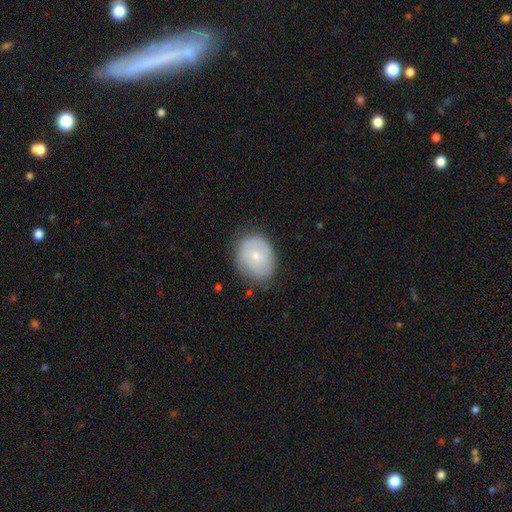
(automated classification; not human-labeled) Q: Smooth or featured?
A: smooth (58%); runner-up: featured or disk (36%)
Q: How rounded?
A: in between (50%); runner-up: round (49%)
Q: Merging?
A: none (71%); runner-up: minor disturbance (22%)